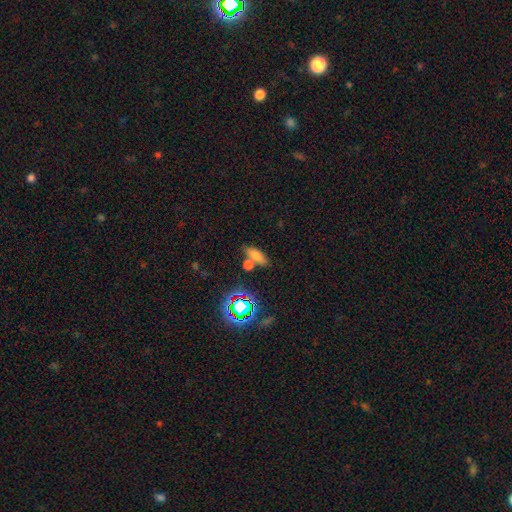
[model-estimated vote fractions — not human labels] smooth 70%, star or artifact 19%, featured or disk 11%. Down the decision tree: how rounded — in between (66%); merging — none (60%).